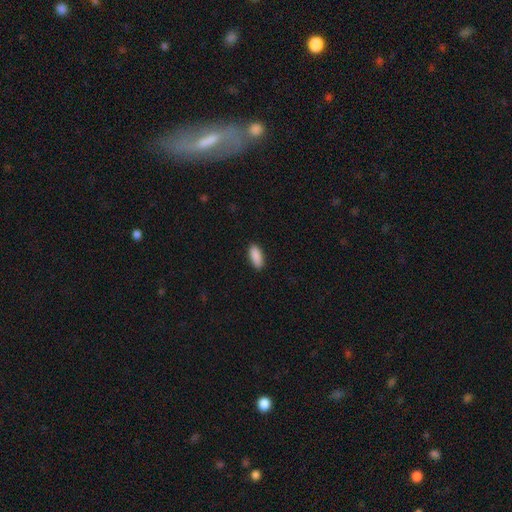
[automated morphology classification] A smooth galaxy with no disk features (90%) that is in between round and cigar-shaped (85%).

Vote fractions:
- Smooth or featured? smooth: 90% / star or artifact: 6% / featured or disk: 3%
- How rounded? in between: 85% / cigar-shaped: 13% / round: 2%
- Merging? none: 89% / minor disturbance: 8% / major disturbance: 2% / merger: 1%